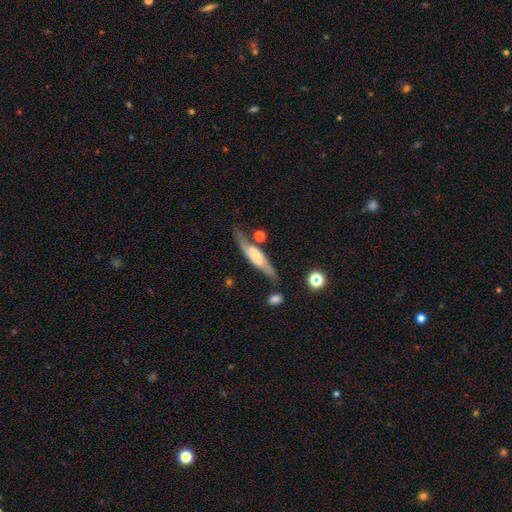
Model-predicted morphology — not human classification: This is possibly a featured or disk galaxy (59%). It is likely viewed edge-on (60%). Merging: likely none (62%).